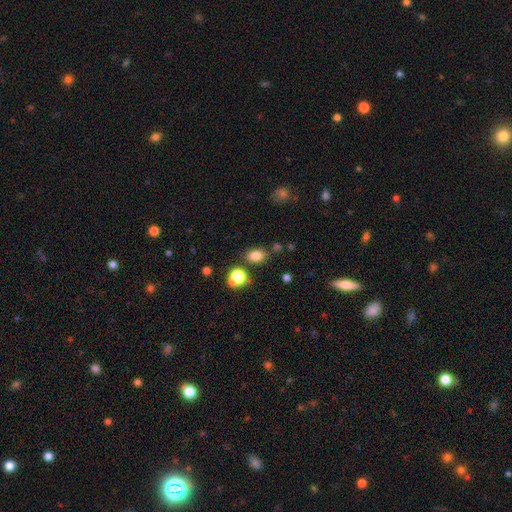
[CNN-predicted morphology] This appears to be a smooth galaxy with no disk features (80%) that is in between round and cigar-shaped (69%). Merging: none (75%).